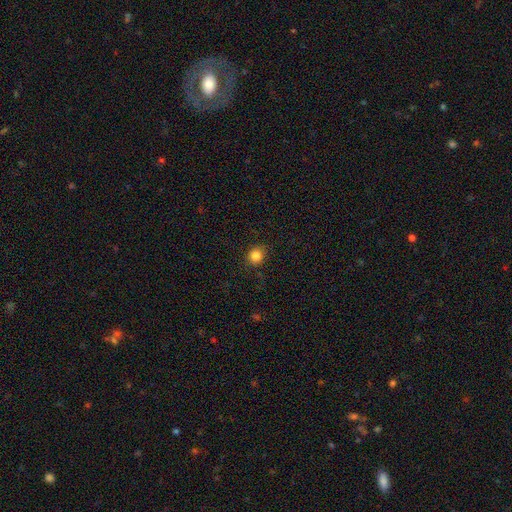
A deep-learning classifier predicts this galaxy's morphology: smooth-or-featured: smooth: 84% | star or artifact: 11% | featured or disk: 4%
  how-rounded: round: 84% | in between: 15% | cigar-shaped: 1%
  merging: none: 86% | minor disturbance: 10% | major disturbance: 3% | merger: 1%